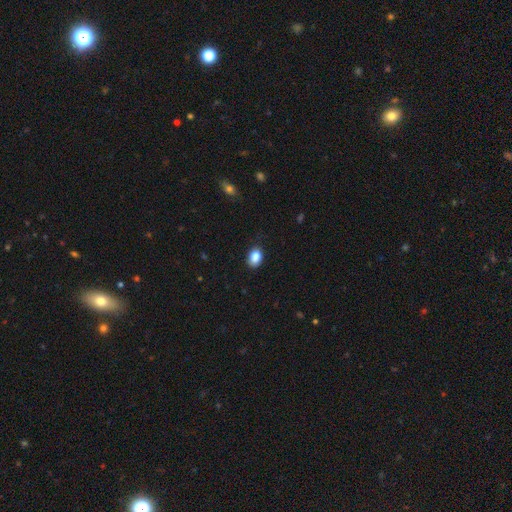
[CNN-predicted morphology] Smooth or featured?
  - smooth: 86% *
  - star or artifact: 9%
  - featured or disk: 6%
How rounded?
  - in between: 76% *
  - round: 23%
  - cigar-shaped: 1%
Merging?
  - none: 80% *
  - minor disturbance: 16%
  - major disturbance: 3%
  - merger: 1%